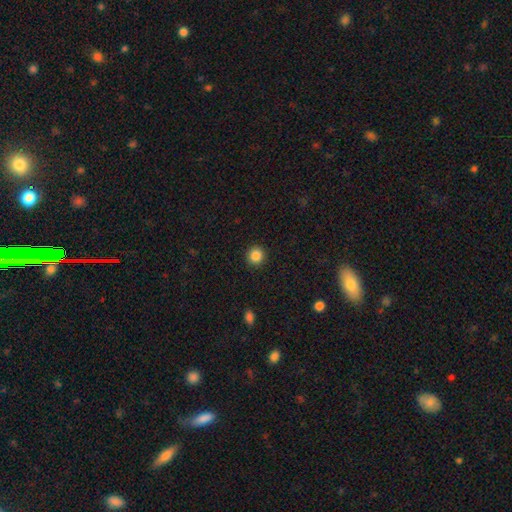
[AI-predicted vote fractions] Q: Smooth or featured?
A: smooth (86%); runner-up: star or artifact (10%)
Q: How rounded?
A: round (94%); runner-up: in between (5%)
Q: Merging?
A: none (93%); runner-up: minor disturbance (5%)